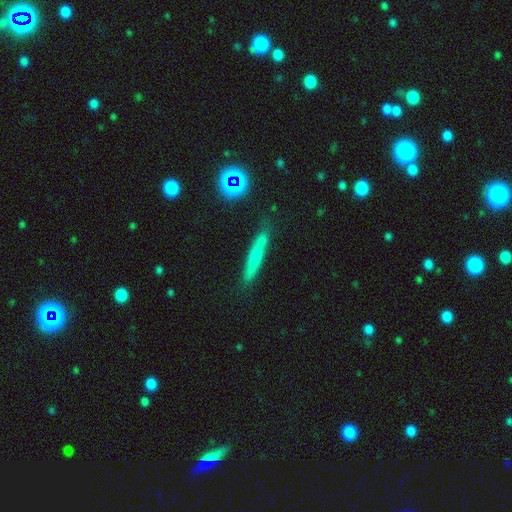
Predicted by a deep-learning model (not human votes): smooth 58%, featured or disk 29%, star or artifact 12%. Down the decision tree: how rounded — cigar-shaped (90%); merging — none (79%).